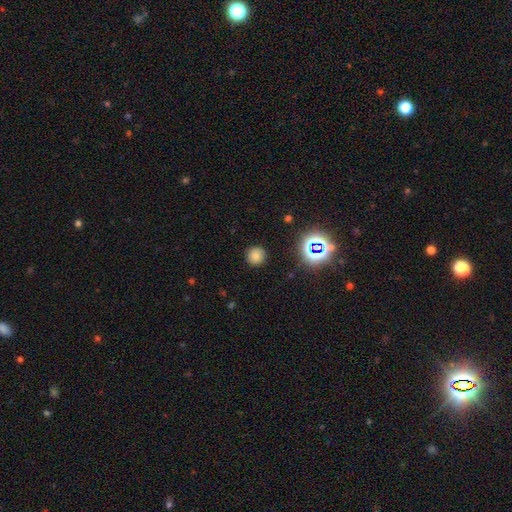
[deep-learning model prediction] Overall: smooth (74%). How rounded: round (94%). Merging: none (89%).